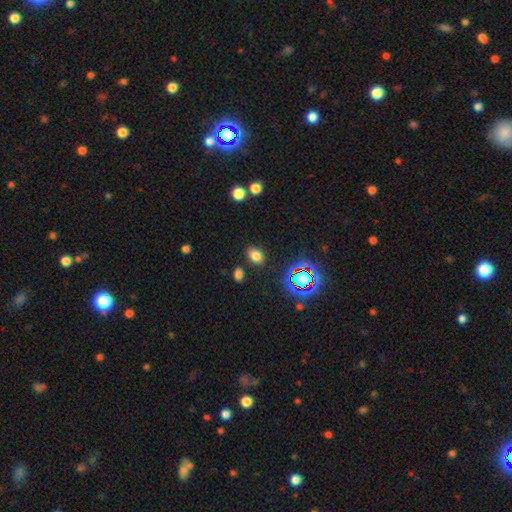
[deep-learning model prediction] smooth_or_featured: smooth (p=0.75) [alt: star or artifact p=0.18]
how_rounded: in between (p=0.78) [alt: round p=0.20]
merging: none (p=0.84) [alt: minor disturbance p=0.09]